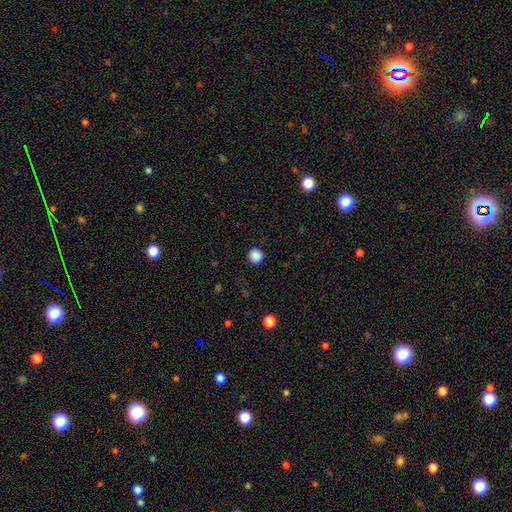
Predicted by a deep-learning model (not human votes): This appears to be a smooth galaxy with no disk features (87%) that is round (95%). Merging: none (91%).